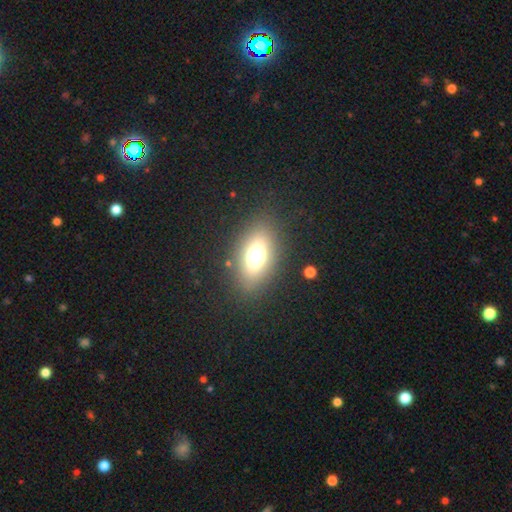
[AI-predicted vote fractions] smooth_or_featured: smooth (p=0.63) [alt: featured or disk p=0.20]
how_rounded: in between (p=0.78) [alt: round p=0.17]
merging: none (p=0.84) [alt: minor disturbance p=0.09]